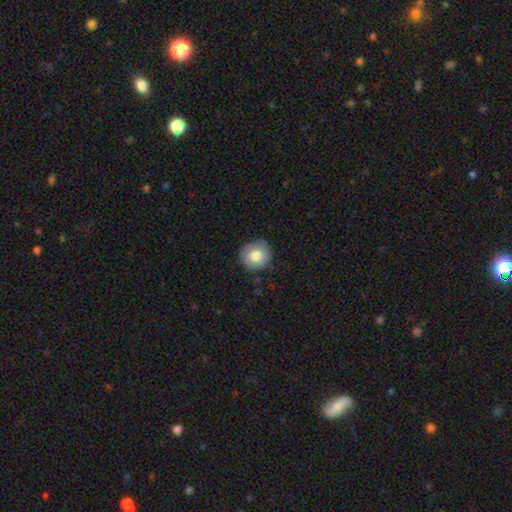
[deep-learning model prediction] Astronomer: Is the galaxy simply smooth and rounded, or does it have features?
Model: smooth — 80%.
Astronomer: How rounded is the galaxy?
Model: round — 90%.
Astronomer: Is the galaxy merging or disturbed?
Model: none — 81%.